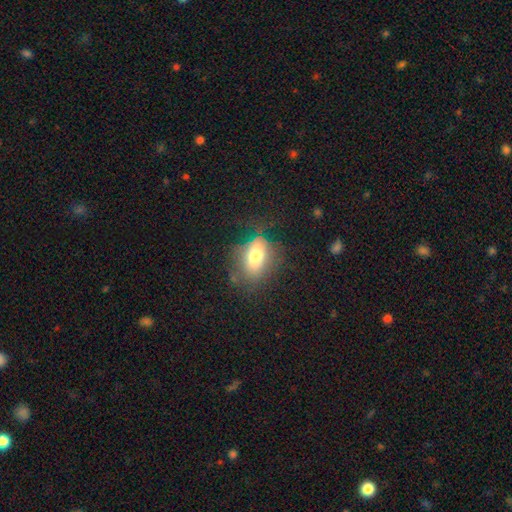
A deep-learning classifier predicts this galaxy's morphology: type=smooth (71%); roundness=in between (76%); merging=none (57%).